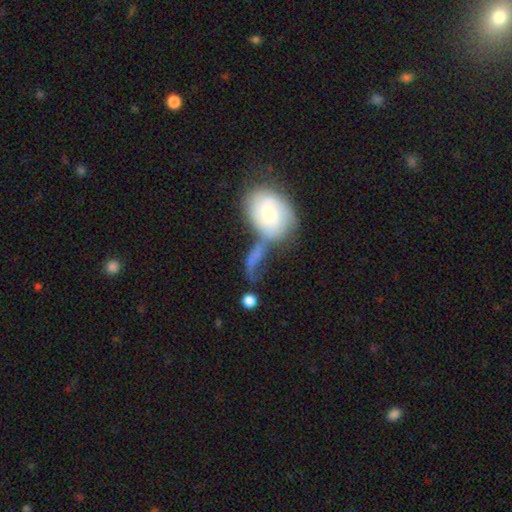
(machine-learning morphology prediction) smooth-or-featured: featured or disk: 46% | smooth: 43% | star or artifact: 11%
  merging: merger: 43% | none: 26% | major disturbance: 17% | minor disturbance: 15%